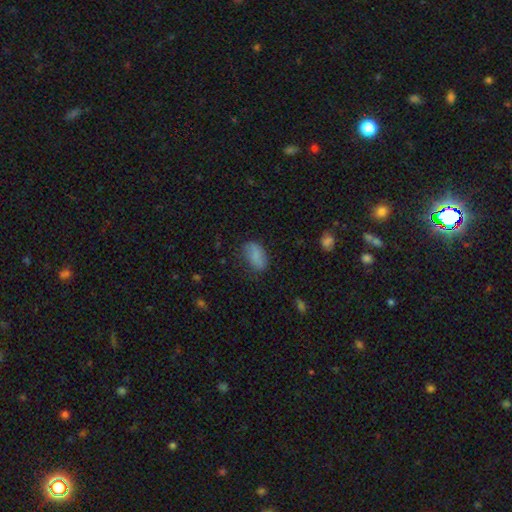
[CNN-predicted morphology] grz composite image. It shows a smooth galaxy with no disk features (82%) that is in between round and cigar-shaped (92%). Merging: none (68%).